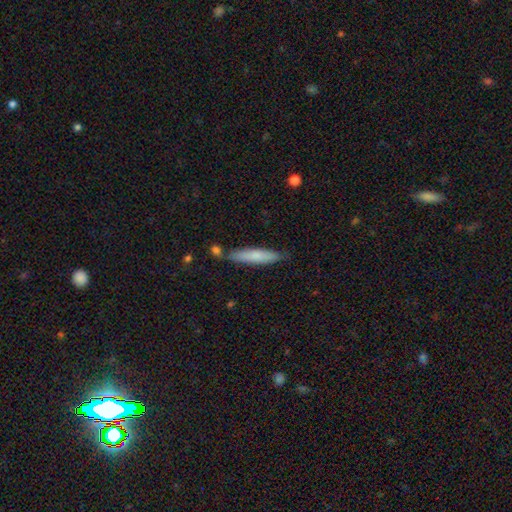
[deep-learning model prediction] A smooth galaxy with no disk features (72%) that is cigar-shaped (89%).

Vote fractions:
- Smooth or featured? smooth: 72% / featured or disk: 22% / star or artifact: 6%
- How rounded? cigar-shaped: 89% / in between: 10% / round: 1%
- Merging? none: 79% / minor disturbance: 14% / merger: 5% / major disturbance: 2%